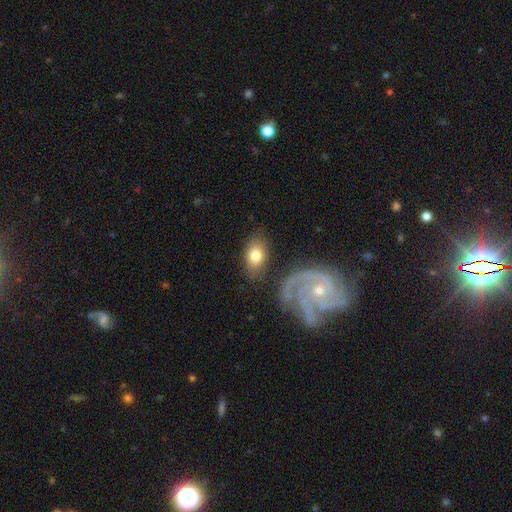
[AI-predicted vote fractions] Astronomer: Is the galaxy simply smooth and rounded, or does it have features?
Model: smooth — 73%.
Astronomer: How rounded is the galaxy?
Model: in between — 85%.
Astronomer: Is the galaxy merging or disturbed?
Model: none — 76%.